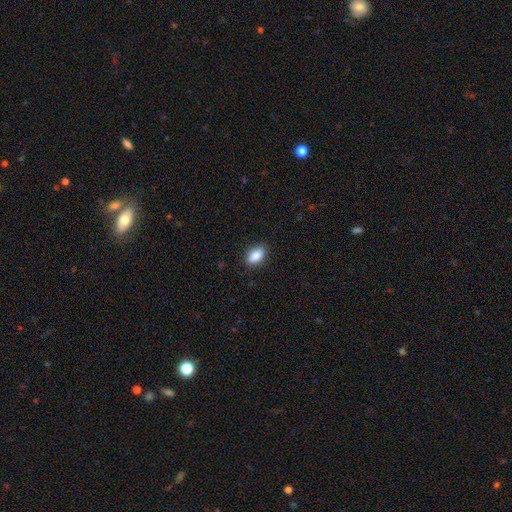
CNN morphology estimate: smooth-or-featured: smooth: 89% | star or artifact: 7% | featured or disk: 4%
  how-rounded: in between: 92% | round: 5% | cigar-shaped: 3%
  merging: none: 88% | minor disturbance: 9% | major disturbance: 2% | merger: 1%